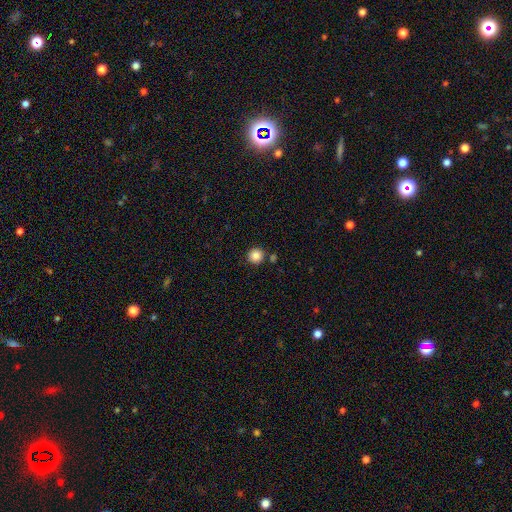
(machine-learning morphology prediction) The model was most divided on "smooth or featured": smooth: 86%, star or artifact: 10%, featured or disk: 4%. More confident: how rounded — round (95%); merging — none (84%).